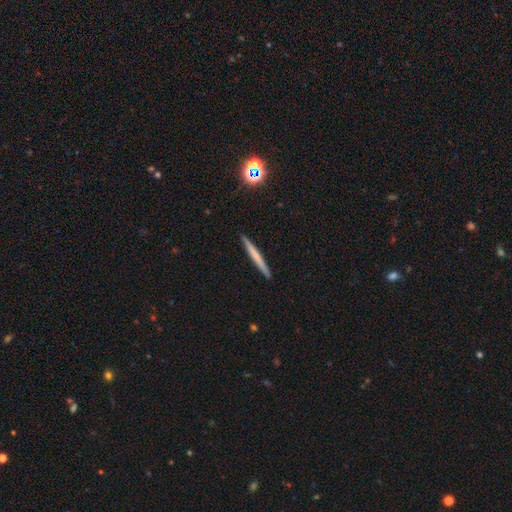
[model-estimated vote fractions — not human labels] A smooth galaxy with no disk features (56%) that is cigar-shaped (97%).

Vote fractions:
- Smooth or featured? smooth: 56% / featured or disk: 37% / star or artifact: 7%
- How rounded? cigar-shaped: 97% / in between: 2% / round: 1%
- Merging? none: 92% / minor disturbance: 6% / major disturbance: 1% / merger: 1%